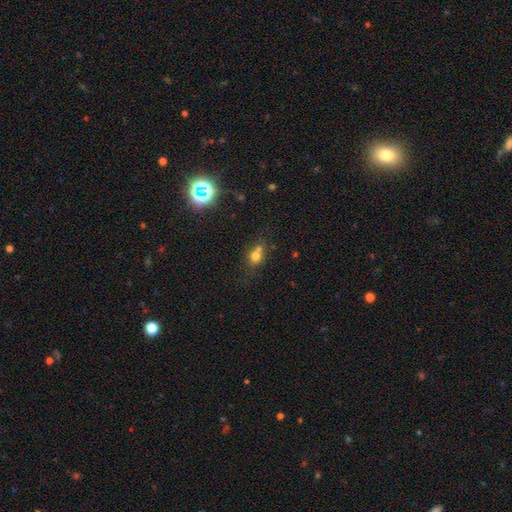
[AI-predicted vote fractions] smooth 69%, star or artifact 17%, featured or disk 13%. Down the decision tree: how rounded — round (61%); merging — none (42%).